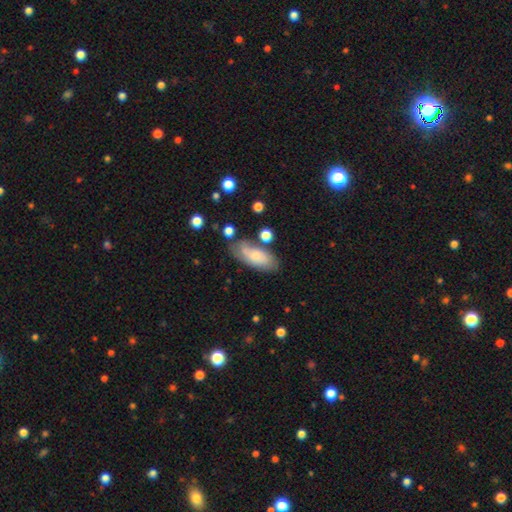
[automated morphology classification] type=smooth (60%); roundness=in between (82%); merging=none (64%).